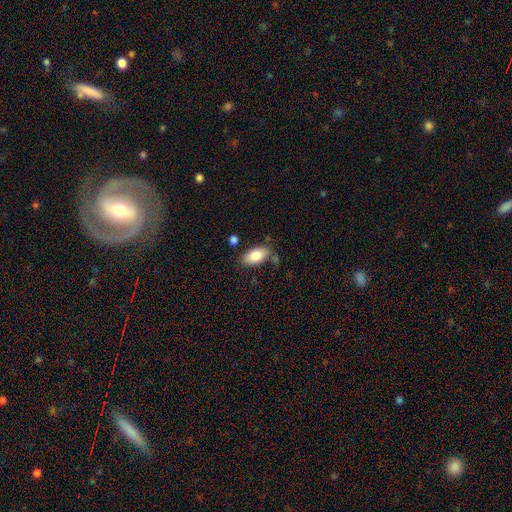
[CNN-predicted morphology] This is clearly a smooth galaxy (83%). How rounded: clearly in between (93%). Merging: likely none (72%).